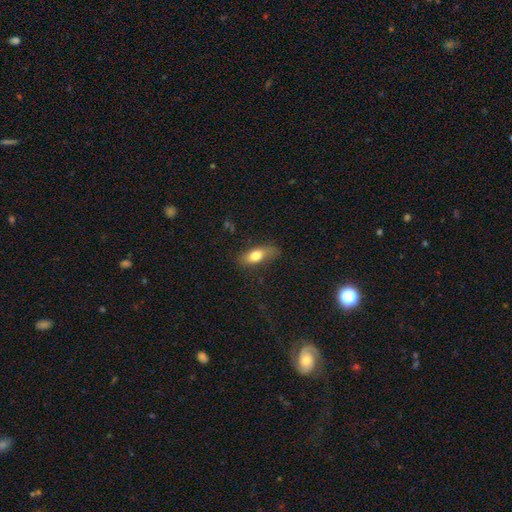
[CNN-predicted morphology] Q: Smooth or featured?
A: smooth (74%); runner-up: featured or disk (18%)
Q: How rounded?
A: in between (75%); runner-up: cigar-shaped (20%)
Q: Merging?
A: none (68%); runner-up: minor disturbance (23%)